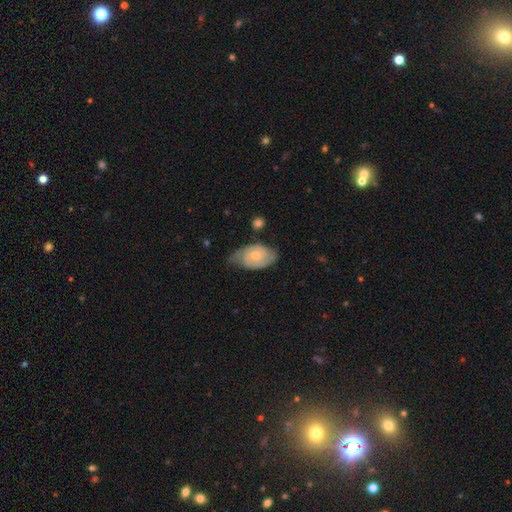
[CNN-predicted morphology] Smooth or featured?
  - featured or disk: 60% *
  - smooth: 34%
  - star or artifact: 6%
Edge-on disk?
  - no: 95% *
  - yes: 5%
Bar?
  - no: 70% *
  - weak: 26%
  - strong: 4%
Spiral arms?
  - yes: 84% *
  - no: 16%
Bulge size?
  - small: 53% *
  - moderate: 42%
  - none: 2%
  - large: 2%
  - dominant: 1%
Merging?
  - none: 51% *
  - minor disturbance: 35%
  - major disturbance: 11%
  - merger: 3%